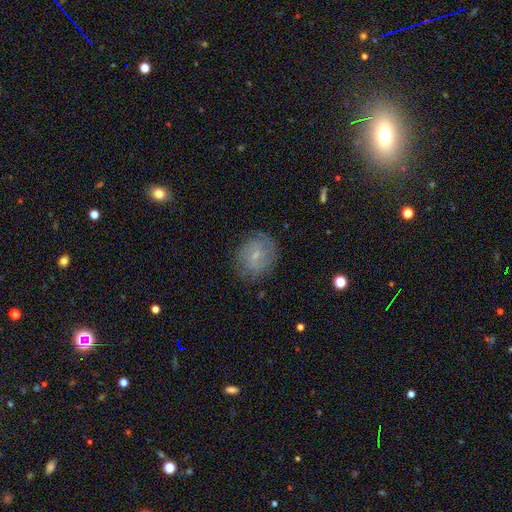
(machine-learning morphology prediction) Q: Smooth or featured?
A: smooth (48%); runner-up: featured or disk (43%)
Q: Merging?
A: none (78%); runner-up: minor disturbance (16%)